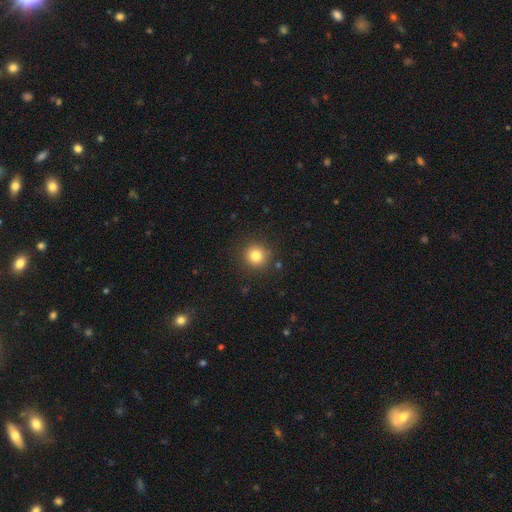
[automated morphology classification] smooth_or_featured: smooth (p=0.81) [alt: star or artifact p=0.13]
how_rounded: round (p=0.94) [alt: in between p=0.05]
merging: none (p=0.89) [alt: minor disturbance p=0.07]